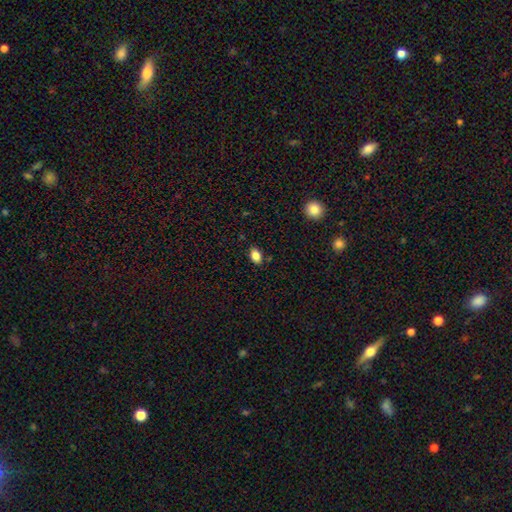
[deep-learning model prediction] Smooth or featured? smooth (85%)
How rounded? in between (85%)
Merging? none (85%)